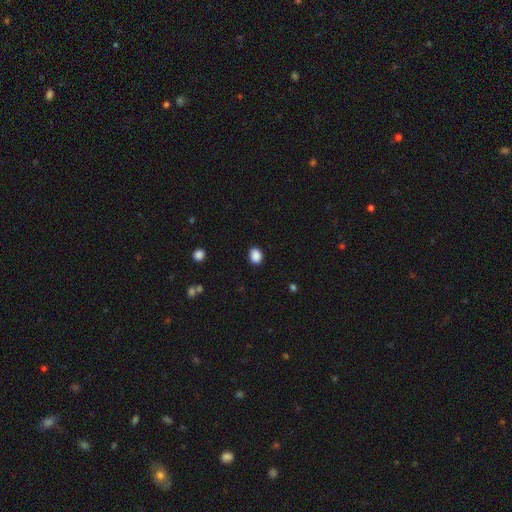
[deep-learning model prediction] Smooth or featured? Predicted: smooth (p=0.88). How rounded? Predicted: in between (p=0.52). Merging? Predicted: none (p=0.88).